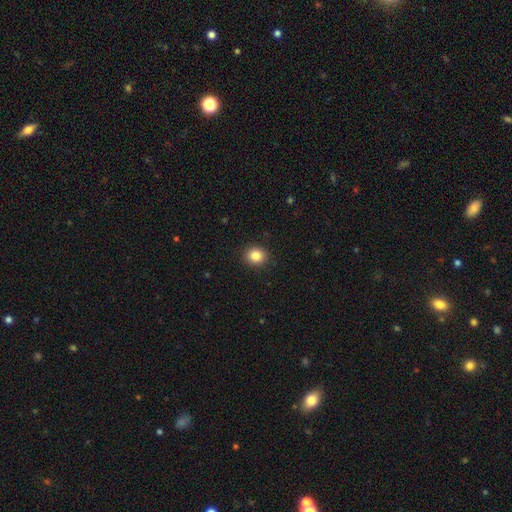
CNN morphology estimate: smooth 84%, star or artifact 10%, featured or disk 6%. Down the decision tree: how rounded — round (79%); merging — none (91%).